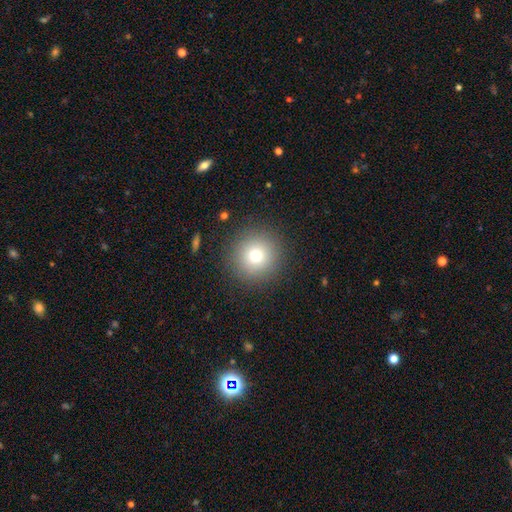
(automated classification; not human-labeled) Overall: smooth (74%). How rounded: round (96%). Merging: none (90%).